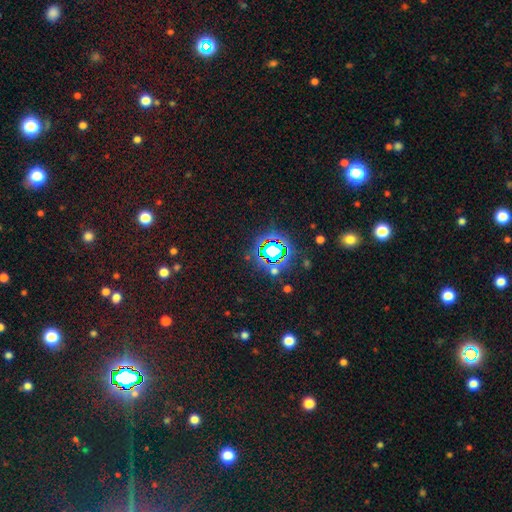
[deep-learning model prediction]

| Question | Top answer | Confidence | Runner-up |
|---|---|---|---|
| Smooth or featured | star or artifact | 81% | smooth (12%) |